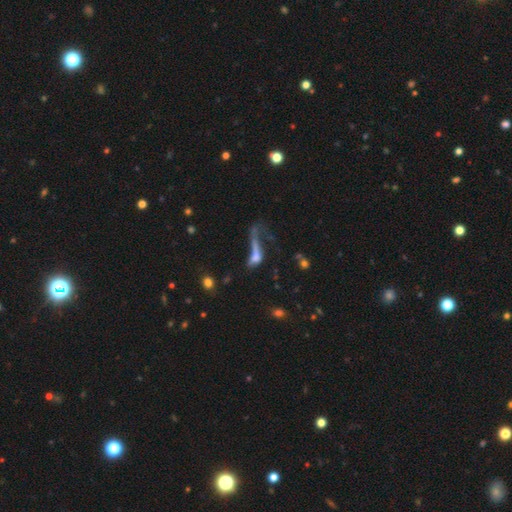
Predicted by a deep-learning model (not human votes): Smooth or featured? smooth (46%)
Merging? major disturbance (55%)